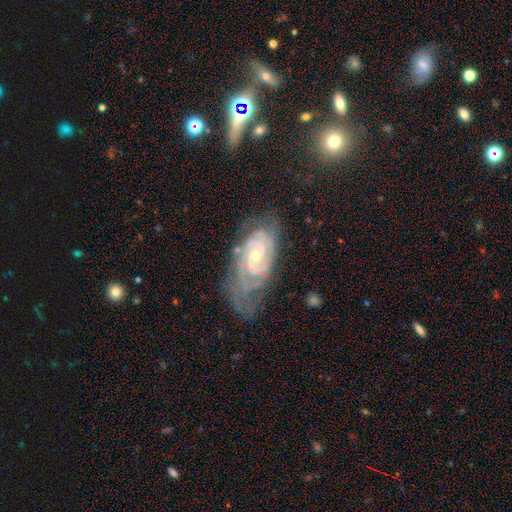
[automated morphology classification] A featured or disk galaxy (88%) with no bar (62%), 2 (39%) tight (71%) spiral arms (97%) and a small central bulge (66%). Merging: none (58%).